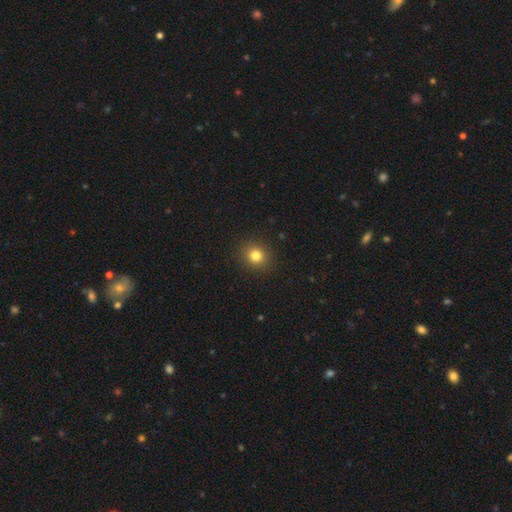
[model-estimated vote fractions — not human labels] smooth 81%, star or artifact 13%, featured or disk 6%. Down the decision tree: how rounded — round (83%); merging — none (91%).